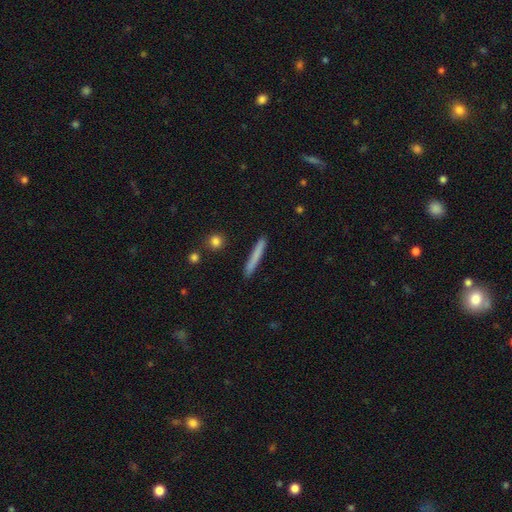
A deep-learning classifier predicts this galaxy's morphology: type=smooth (76%); roundness=cigar-shaped (96%); merging=none (90%).